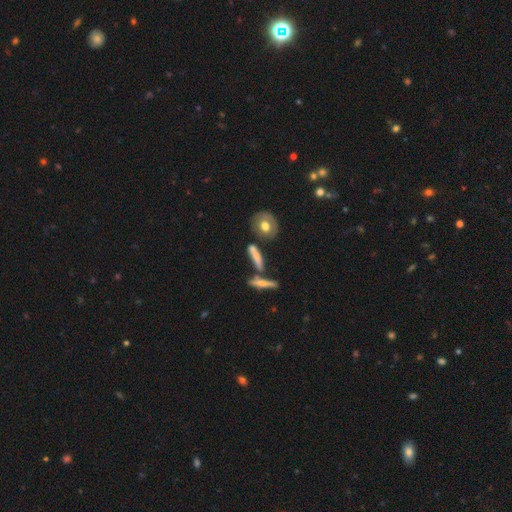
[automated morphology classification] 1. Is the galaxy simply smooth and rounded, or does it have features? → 58% smooth, 32% featured or disk, 10% star or artifact.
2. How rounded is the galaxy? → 65% cigar-shaped, 27% in between, 8% round.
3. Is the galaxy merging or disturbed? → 52% none, 26% merger, 15% minor disturbance, 8% major disturbance.